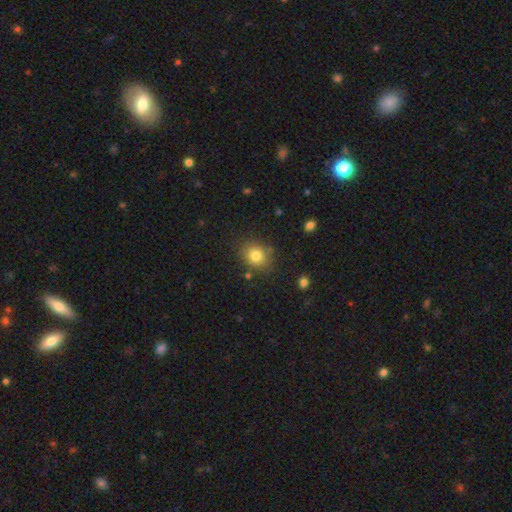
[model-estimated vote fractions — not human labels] smooth 80%, star or artifact 11%, featured or disk 9%. Down the decision tree: how rounded — round (67%); merging — none (80%).